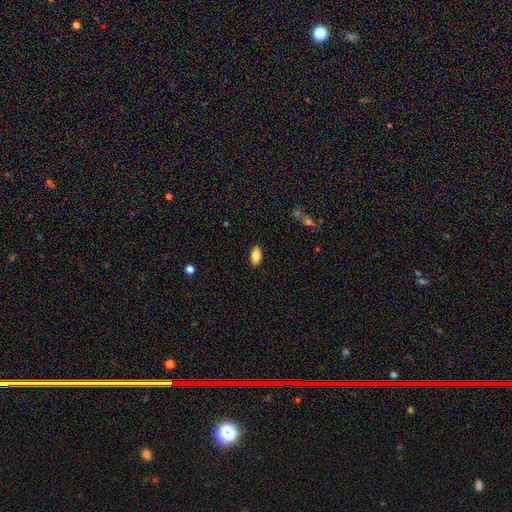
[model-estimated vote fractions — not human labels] A smooth galaxy with no disk features (82%) that is in between round and cigar-shaped (92%).

Vote fractions:
- Smooth or featured? smooth: 82% / featured or disk: 11% / star or artifact: 7%
- How rounded? in between: 92% / cigar-shaped: 5% / round: 3%
- Merging? none: 89% / minor disturbance: 8% / major disturbance: 2% / merger: 1%